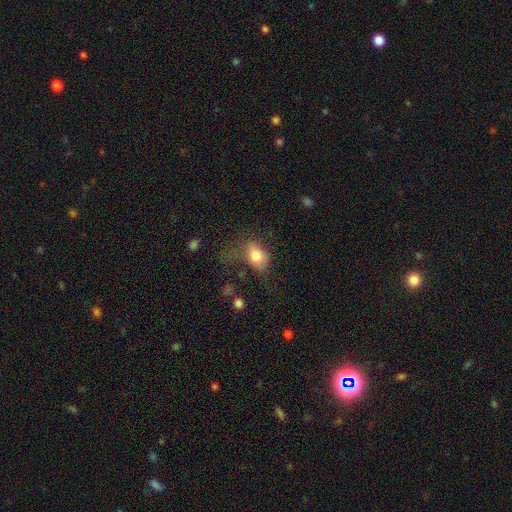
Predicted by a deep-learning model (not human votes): This appears to be a smooth galaxy with no disk features (80%) that is in between round and cigar-shaped (80%). Merging: none (43%).